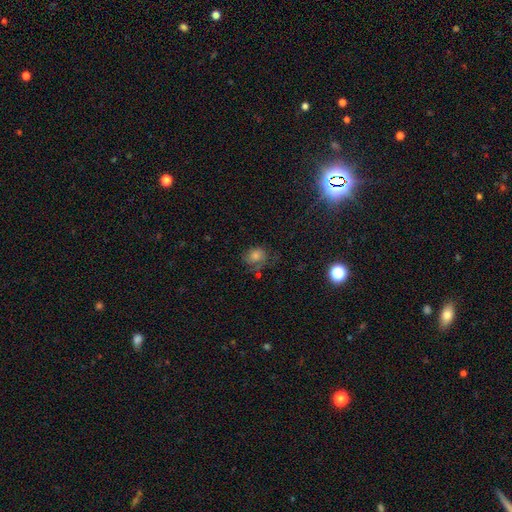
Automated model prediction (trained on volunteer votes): Q: Smooth or featured?
A: smooth (52%); runner-up: star or artifact (29%)
Q: How rounded?
A: round (70%); runner-up: in between (29%)
Q: Merging?
A: none (63%); runner-up: minor disturbance (22%)